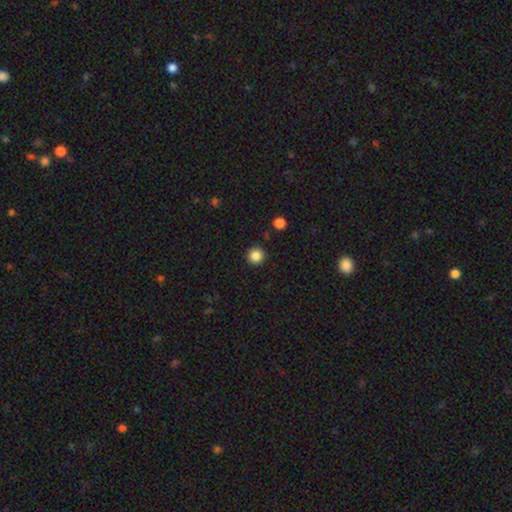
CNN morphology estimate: Overall: smooth (85%). How rounded: round (95%). Merging: none (92%).